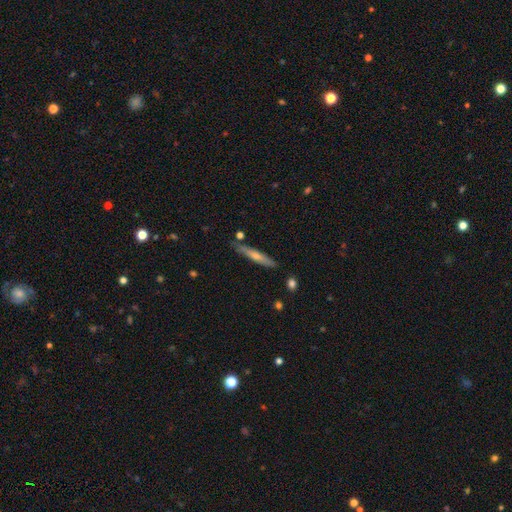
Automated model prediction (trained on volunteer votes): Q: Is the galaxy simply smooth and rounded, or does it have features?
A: featured or disk — 53%.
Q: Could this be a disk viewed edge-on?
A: yes — 93%.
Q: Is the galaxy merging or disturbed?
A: none — 86%.